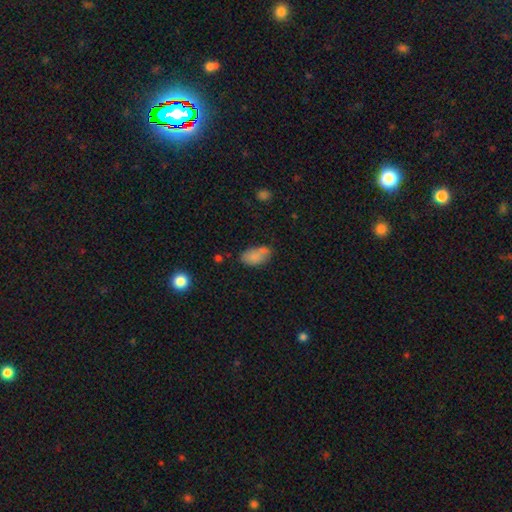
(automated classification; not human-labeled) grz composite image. It shows a smooth galaxy with no disk features (81%) that is in between round and cigar-shaped (93%). Merging: none (59%).